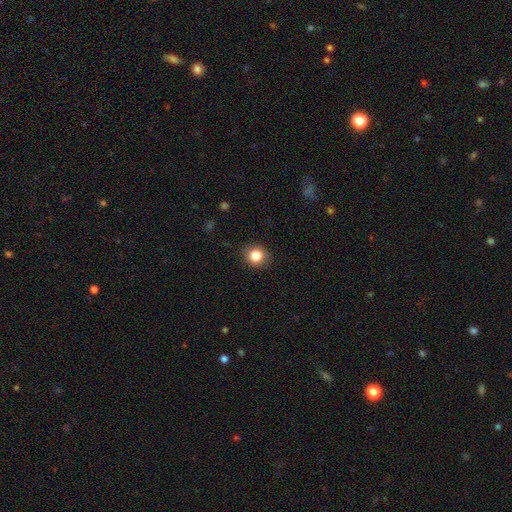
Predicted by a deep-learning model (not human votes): Smooth or featured? Predicted: smooth (p=0.84). How rounded? Predicted: round (p=0.84). Merging? Predicted: none (p=0.88).